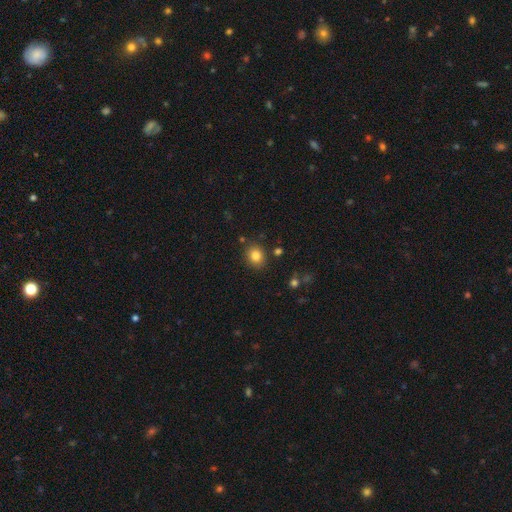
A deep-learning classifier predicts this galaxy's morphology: smooth_or_featured: smooth (p=0.82) [alt: star or artifact p=0.11]
how_rounded: round (p=0.66) [alt: in between p=0.33]
merging: none (p=0.84) [alt: minor disturbance p=0.10]